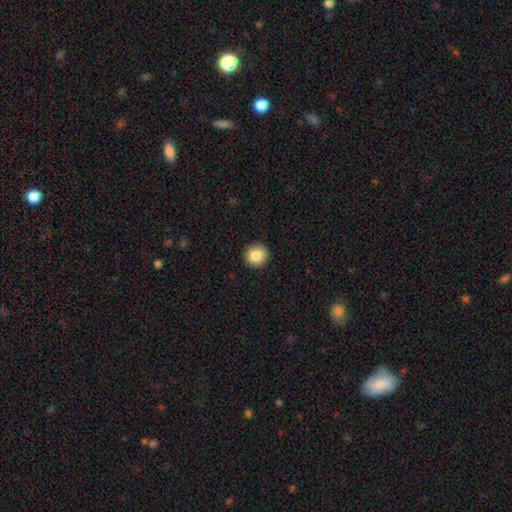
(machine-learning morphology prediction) This appears to be a smooth galaxy with no disk features (85%) that is round (94%). Merging: none (93%).